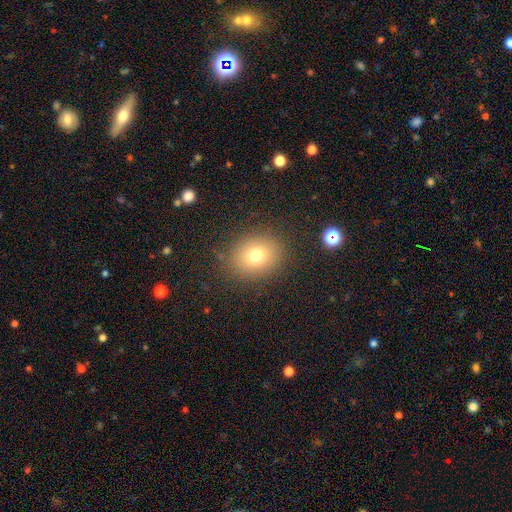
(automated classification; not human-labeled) smooth 74%, star or artifact 14%, featured or disk 12%. Down the decision tree: how rounded — round (61%); merging — none (86%).